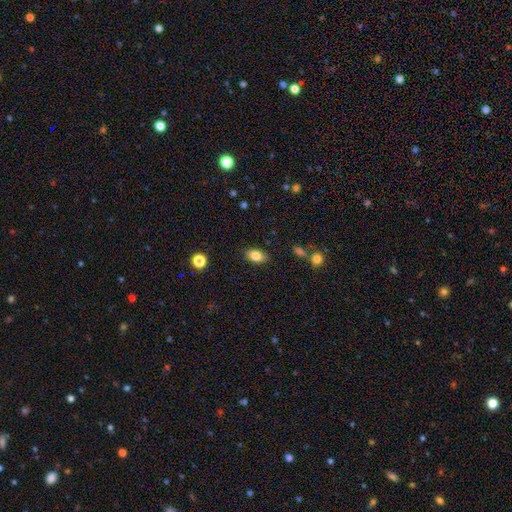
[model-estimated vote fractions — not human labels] Smooth or featured? Predicted: smooth (p=0.81). How rounded? Predicted: in between (p=0.85). Merging? Predicted: none (p=0.84).